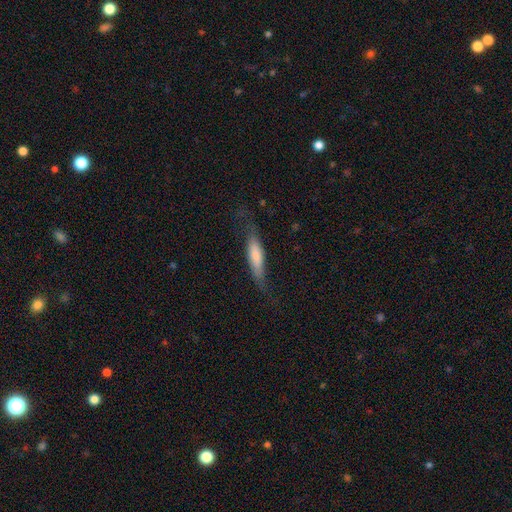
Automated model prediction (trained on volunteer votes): smooth_or_featured: smooth (p=0.63) [alt: featured or disk p=0.32]
how_rounded: cigar-shaped (p=0.73) [alt: in between p=0.25]
merging: none (p=0.64) [alt: minor disturbance p=0.23]